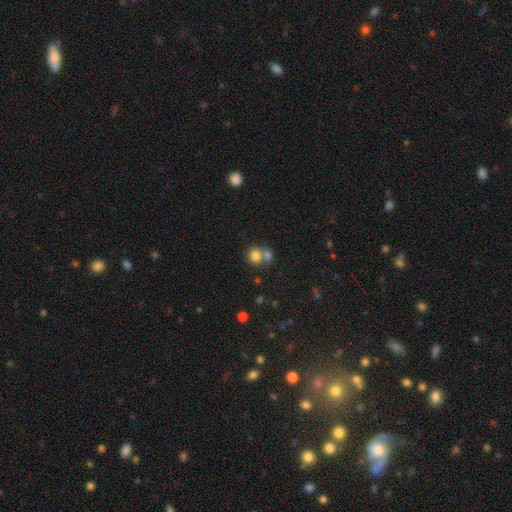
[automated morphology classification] Smooth or featured: smooth — 79% (star or artifact — 11%)
How rounded: round — 78% (in between — 21%)
Merging: merger — 50% (none — 40%)